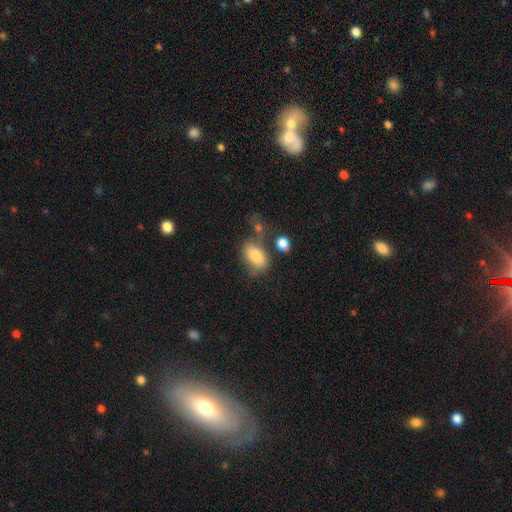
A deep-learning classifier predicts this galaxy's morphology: This appears to be a smooth galaxy with no disk features (79%) that is in between round and cigar-shaped (88%). Merging: none (52%).